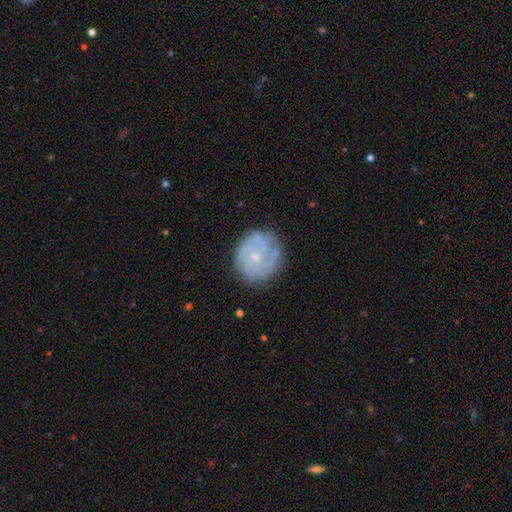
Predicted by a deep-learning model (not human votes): This appears to be a featured or disk galaxy (68%) with no bar (71%), tight (61%) spiral arms (81%) and a small central bulge (68%). Merging: none (73%).